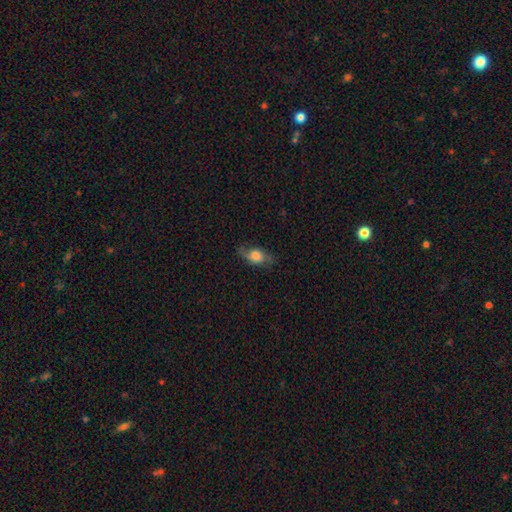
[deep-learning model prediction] This appears to be a smooth galaxy with no disk features (56%) that is in between round and cigar-shaped (75%). Merging: none (70%).